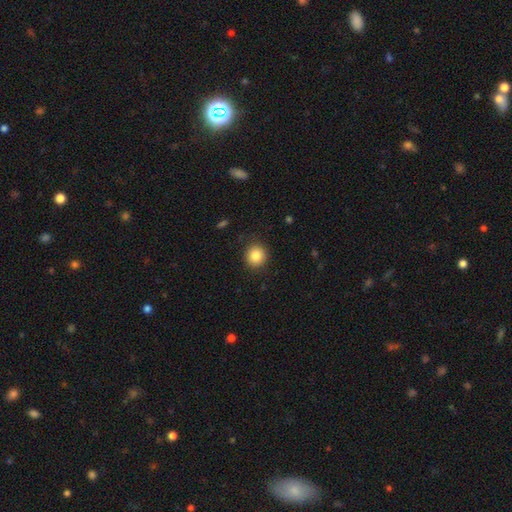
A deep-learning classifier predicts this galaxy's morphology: Q: Smooth or featured?
A: smooth (85%); runner-up: star or artifact (10%)
Q: How rounded?
A: round (90%); runner-up: in between (9%)
Q: Merging?
A: none (89%); runner-up: minor disturbance (7%)